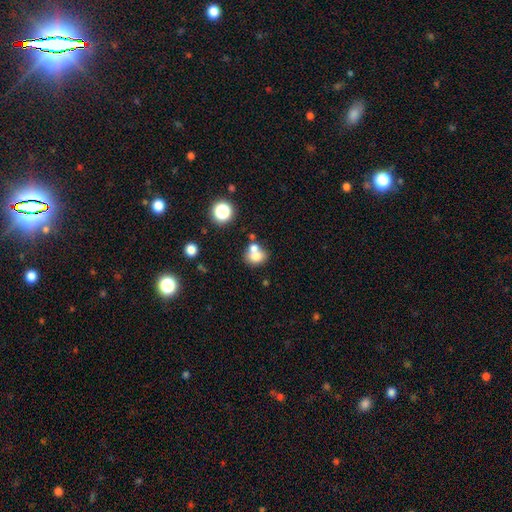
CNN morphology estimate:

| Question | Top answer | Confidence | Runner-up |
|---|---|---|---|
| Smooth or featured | smooth | 71% | featured or disk (16%) |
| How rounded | round | 66% | in between (33%) |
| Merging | merger | 46% | none (41%) |